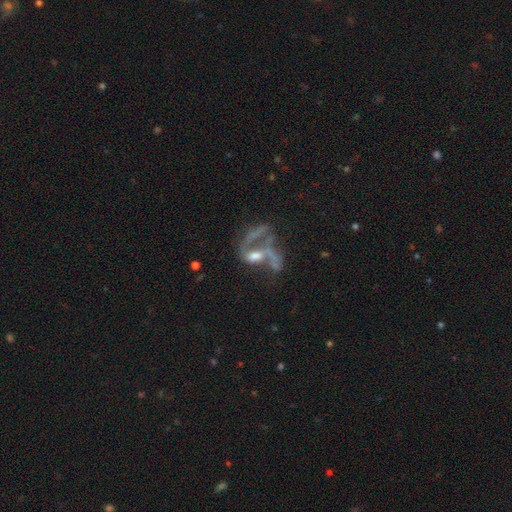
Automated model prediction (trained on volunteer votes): featured or disk 66%, smooth 19%, star or artifact 14%. Down the decision tree: edge-on disk — no (95%); bar — no (65%); spiral arms — no (52%); bulge size — moderate (39%); merging — major disturbance (41%).